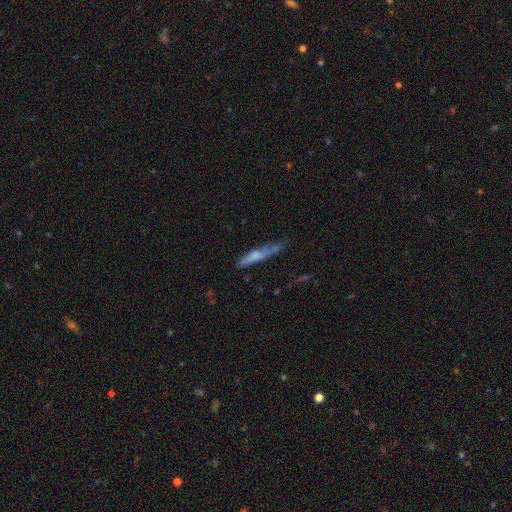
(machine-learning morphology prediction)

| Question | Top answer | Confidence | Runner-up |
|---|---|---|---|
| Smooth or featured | smooth | 58% | featured or disk (35%) |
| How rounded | cigar-shaped | 87% | in between (11%) |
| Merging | none | 53% | minor disturbance (29%) |